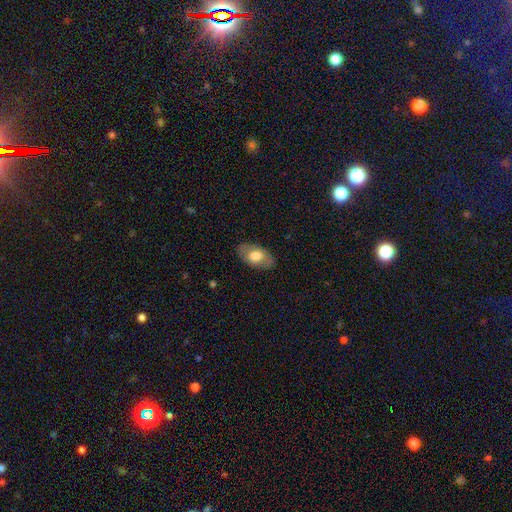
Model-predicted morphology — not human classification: Overall: smooth (68%). How rounded: in between (93%). Merging: none (83%).